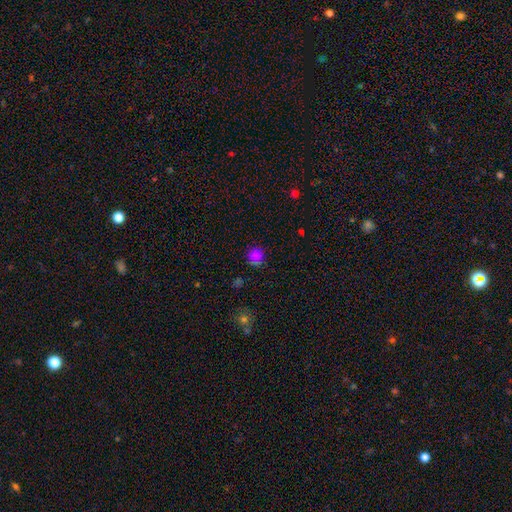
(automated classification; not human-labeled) A smooth galaxy with no disk features (75%) that is round (88%). Merging: none (77%).